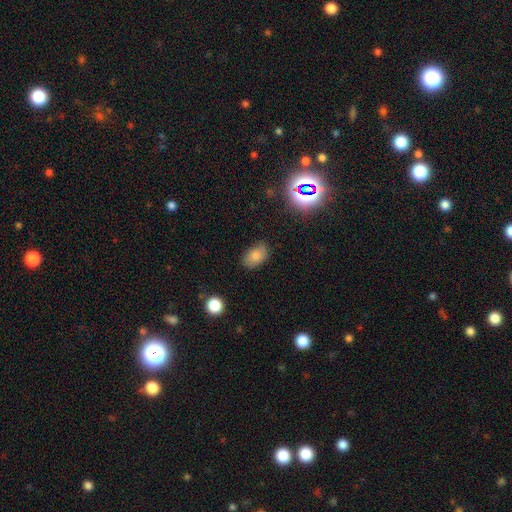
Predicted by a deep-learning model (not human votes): This appears to be a smooth galaxy with no disk features (80%) that is in between round and cigar-shaped (87%). Merging: none (76%).